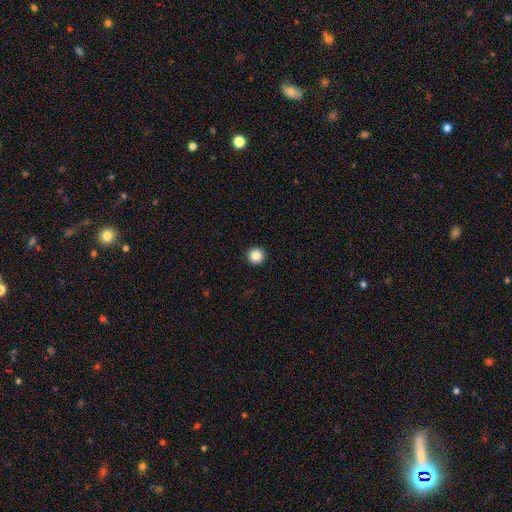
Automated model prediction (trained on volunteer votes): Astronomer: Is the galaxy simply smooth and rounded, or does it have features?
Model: smooth — 86%.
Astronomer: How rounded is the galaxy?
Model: round — 96%.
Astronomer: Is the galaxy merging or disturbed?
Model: none — 94%.